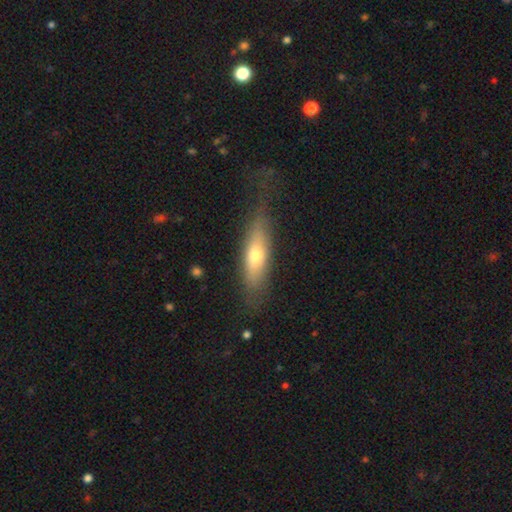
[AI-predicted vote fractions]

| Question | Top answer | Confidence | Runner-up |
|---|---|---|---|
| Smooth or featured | smooth | 59% | featured or disk (34%) |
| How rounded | cigar-shaped | 55% | in between (42%) |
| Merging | none | 68% | minor disturbance (20%) |